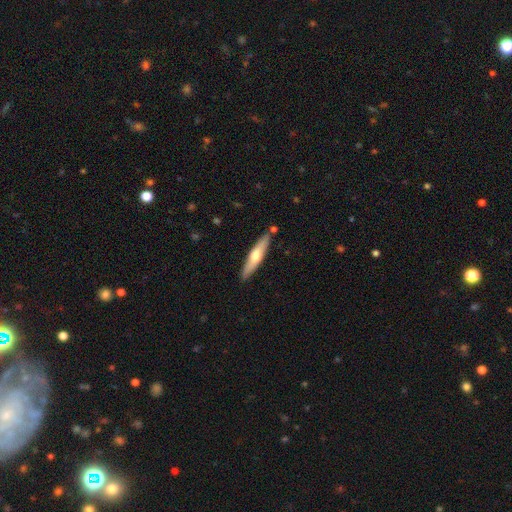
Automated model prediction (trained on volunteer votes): The model was most divided on "smooth or featured": smooth: 50%, featured or disk: 45%, star or artifact: 5%. More confident: merging — none (85%).